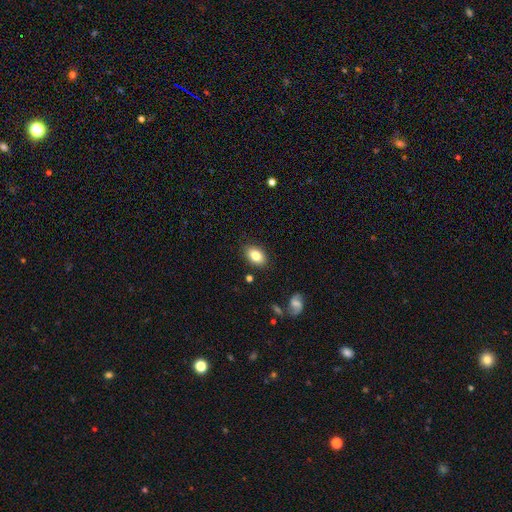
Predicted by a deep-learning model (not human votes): smooth-or-featured: smooth: 82% | featured or disk: 10% | star or artifact: 8%
  how-rounded: in between: 83% | round: 15% | cigar-shaped: 1%
  merging: none: 86% | minor disturbance: 10% | major disturbance: 2% | merger: 2%